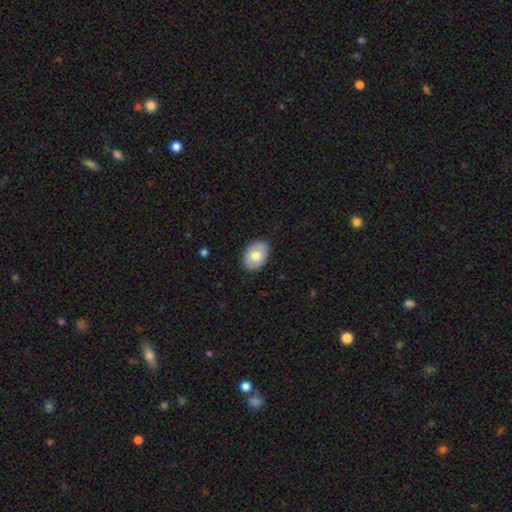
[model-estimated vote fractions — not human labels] smooth-or-featured: smooth: 73% | featured or disk: 20% | star or artifact: 6%
  how-rounded: in between: 80% | round: 19% | cigar-shaped: 1%
  merging: none: 88% | minor disturbance: 9% | major disturbance: 2% | merger: 1%